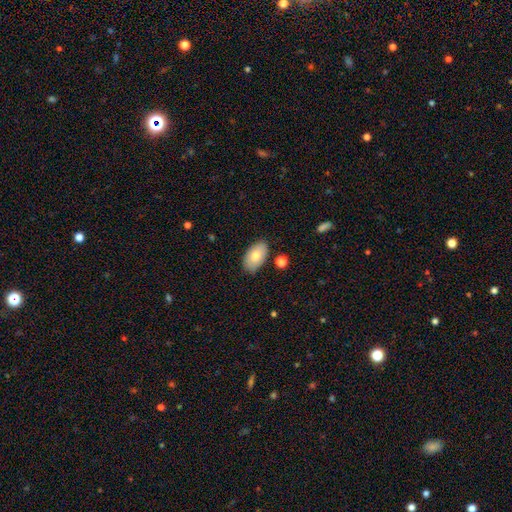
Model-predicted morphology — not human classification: Smooth or featured?
  - smooth: 78% *
  - featured or disk: 15%
  - star or artifact: 6%
How rounded?
  - in between: 94% *
  - round: 5%
  - cigar-shaped: 1%
Merging?
  - none: 82% *
  - minor disturbance: 13%
  - merger: 3%
  - major disturbance: 2%